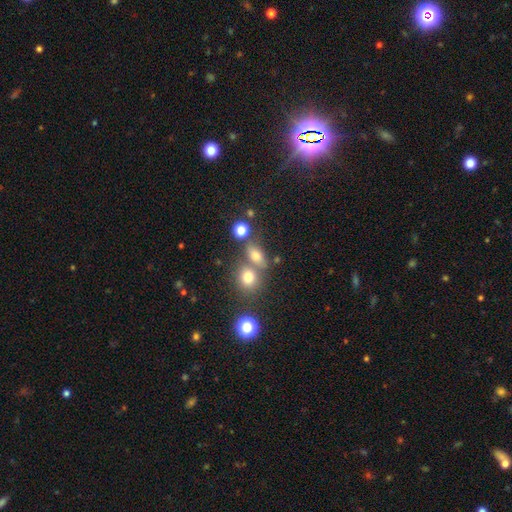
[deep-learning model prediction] Smooth or featured? Predicted: smooth (p=0.70). How rounded? Predicted: in between (p=0.60). Merging? Predicted: none (p=0.54).